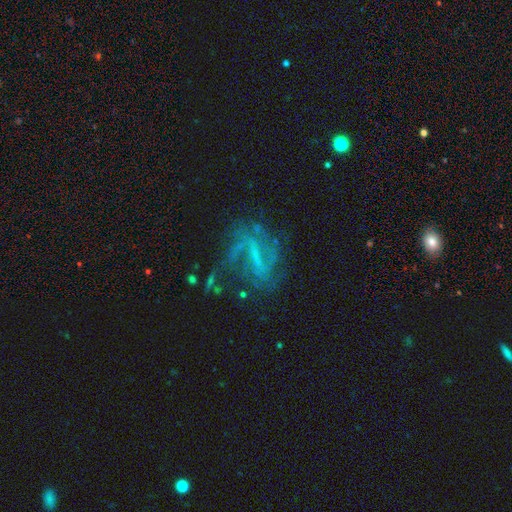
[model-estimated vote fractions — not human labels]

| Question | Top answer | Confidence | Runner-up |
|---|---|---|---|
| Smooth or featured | featured or disk | 74% | star or artifact (14%) |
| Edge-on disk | no | 94% | yes (6%) |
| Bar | strong | 49% | weak (33%) |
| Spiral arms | yes | 78% | no (22%) |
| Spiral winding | loose | 51% | medium (33%) |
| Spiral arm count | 2 | 53% | can't tell (22%) |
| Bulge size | none | 62% | small (25%) |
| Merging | none | 50% | major disturbance (27%) |